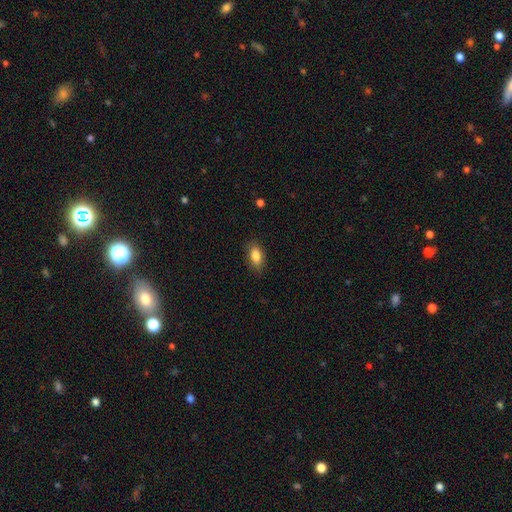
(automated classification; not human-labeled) Q: Smooth or featured?
A: smooth (85%); runner-up: featured or disk (8%)
Q: How rounded?
A: in between (88%); runner-up: round (7%)
Q: Merging?
A: none (83%); runner-up: minor disturbance (13%)